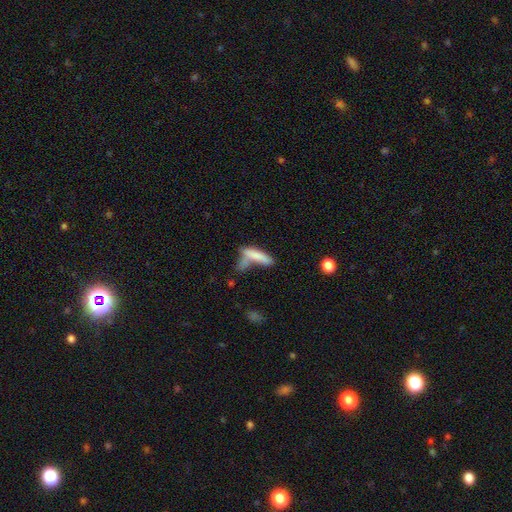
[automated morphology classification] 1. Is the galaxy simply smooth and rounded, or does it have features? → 74% smooth, 18% featured or disk, 8% star or artifact.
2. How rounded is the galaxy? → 71% cigar-shaped, 27% in between, 2% round.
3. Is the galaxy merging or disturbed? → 34% none (tied), 34% merger (tied), 18% minor disturbance, 14% major disturbance.